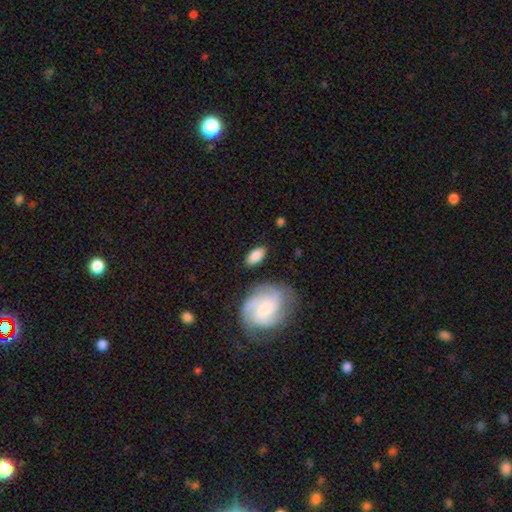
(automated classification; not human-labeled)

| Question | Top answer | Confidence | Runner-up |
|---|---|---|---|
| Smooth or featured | smooth | 81% | featured or disk (13%) |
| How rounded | in between | 91% | cigar-shaped (6%) |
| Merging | none | 81% | minor disturbance (12%) |